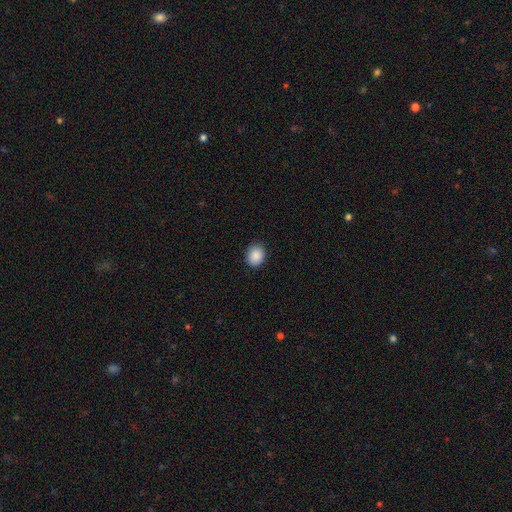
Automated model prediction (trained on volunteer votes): Morphology: type=smooth (89%); roundness=round (51%); merging=none (87%).